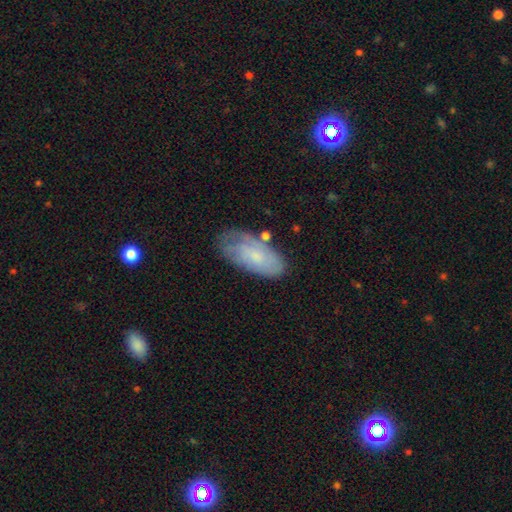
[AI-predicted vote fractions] Smooth or featured?
  - smooth: 51% *
  - featured or disk: 42%
  - star or artifact: 8%
How rounded?
  - in between: 90% *
  - cigar-shaped: 7%
  - round: 3%
Merging?
  - none: 60% *
  - minor disturbance: 27%
  - major disturbance: 9%
  - merger: 4%